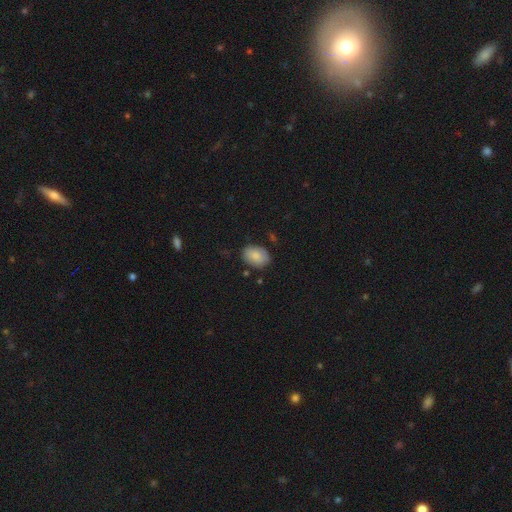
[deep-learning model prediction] Morphology: type=smooth (82%); roundness=in between (79%); merging=none (77%).